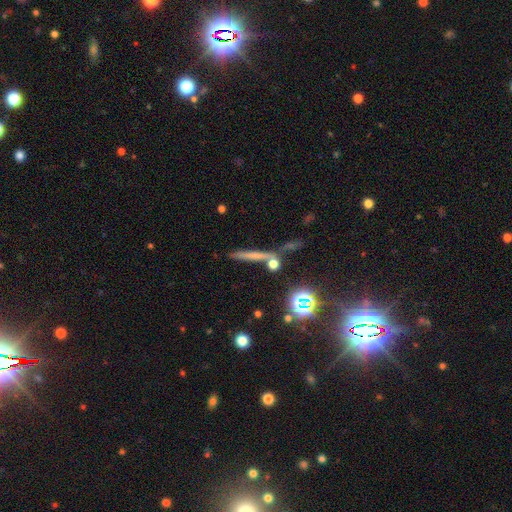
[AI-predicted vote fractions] smooth_or_featured: smooth (p=0.46) [alt: featured or disk p=0.31]
merging: none (p=0.72) [alt: minor disturbance p=0.12]